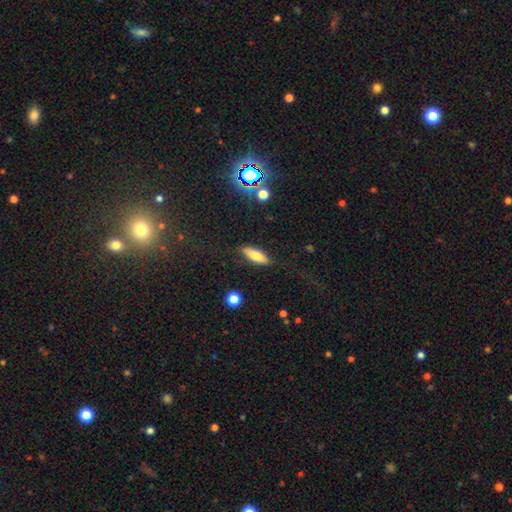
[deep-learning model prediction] Smooth or featured?
  - smooth: 70% *
  - featured or disk: 21%
  - star or artifact: 9%
How rounded?
  - in between: 65% *
  - cigar-shaped: 32%
  - round: 3%
Merging?
  - none: 80% *
  - minor disturbance: 14%
  - major disturbance: 4%
  - merger: 2%